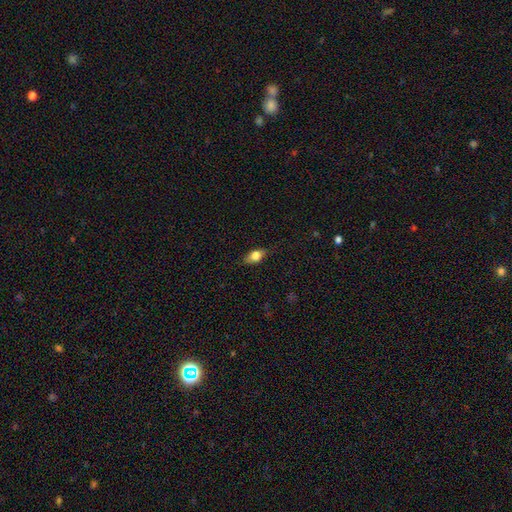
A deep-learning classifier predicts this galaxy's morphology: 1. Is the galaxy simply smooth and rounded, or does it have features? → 71% smooth, 20% featured or disk, 8% star or artifact.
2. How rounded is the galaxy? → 80% in between, 11% cigar-shaped, 9% round.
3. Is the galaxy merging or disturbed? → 81% none, 15% minor disturbance, 3% major disturbance, 1% merger.